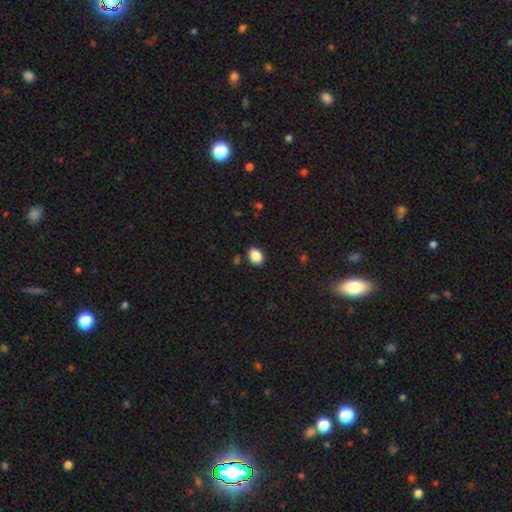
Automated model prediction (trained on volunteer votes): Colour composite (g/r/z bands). It shows a smooth galaxy with no disk features (88%) that is in between round and cigar-shaped (62%). Merging: none (89%).